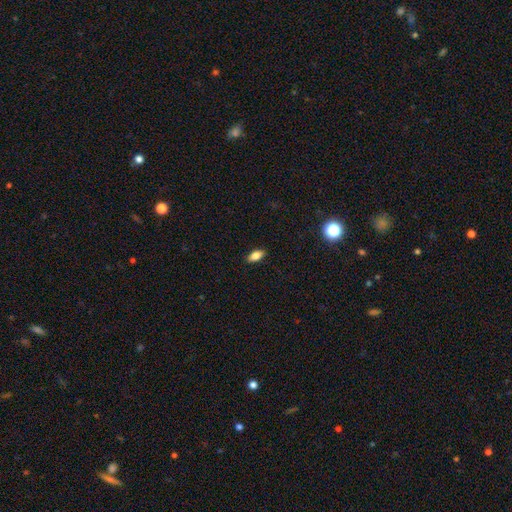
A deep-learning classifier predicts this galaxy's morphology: A smooth galaxy with no disk features (80%) that is in between round and cigar-shaped (87%).

Vote fractions:
- Smooth or featured? smooth: 80% / featured or disk: 12% / star or artifact: 8%
- How rounded? in between: 87% / cigar-shaped: 10% / round: 4%
- Merging? none: 89% / minor disturbance: 8% / major disturbance: 2% / merger: 1%